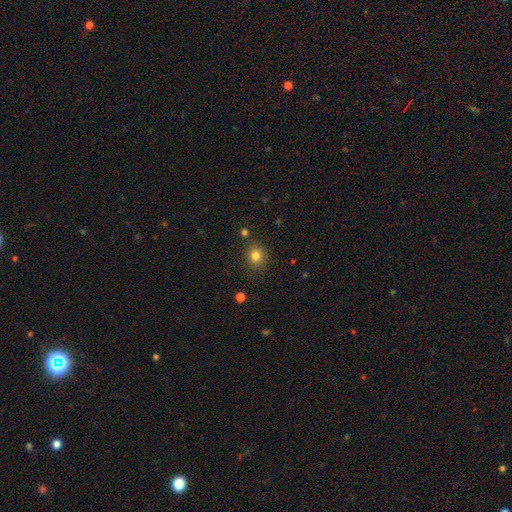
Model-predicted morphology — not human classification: This is clearly a smooth galaxy (81%). How rounded: clearly round (82%). Merging: clearly none (86%).